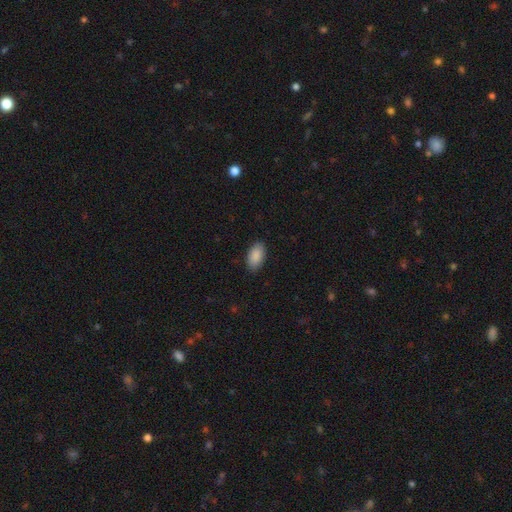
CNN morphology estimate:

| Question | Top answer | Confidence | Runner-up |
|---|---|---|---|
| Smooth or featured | smooth | 90% | star or artifact (6%) |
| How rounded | in between | 95% | round (3%) |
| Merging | none | 88% | minor disturbance (9%) |